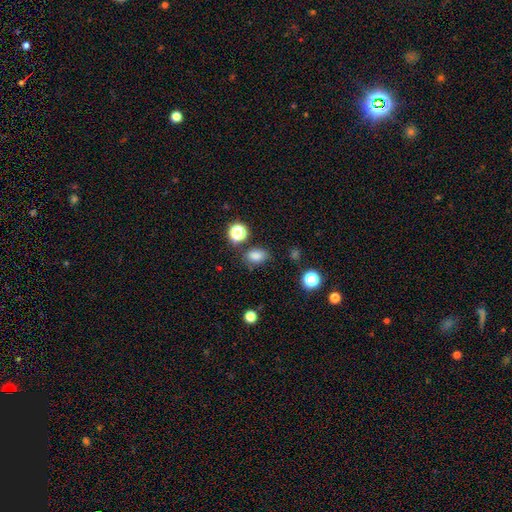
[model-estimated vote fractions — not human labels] A smooth galaxy with no disk features (81%) that is in between round and cigar-shaped (76%). Merging: none (75%).